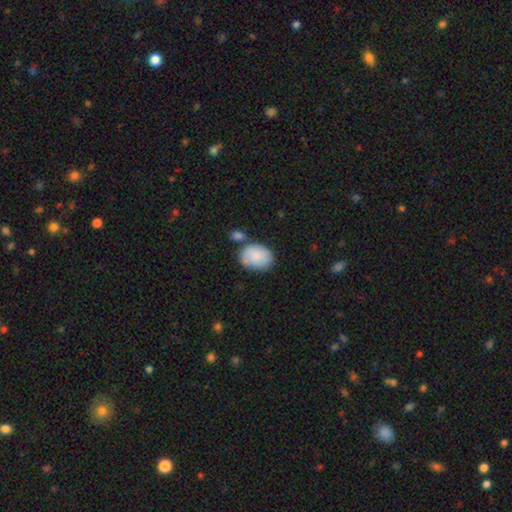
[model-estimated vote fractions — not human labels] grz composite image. It shows a smooth galaxy with no disk features (84%) that is in between round and cigar-shaped (69%). Merging: none (55%).